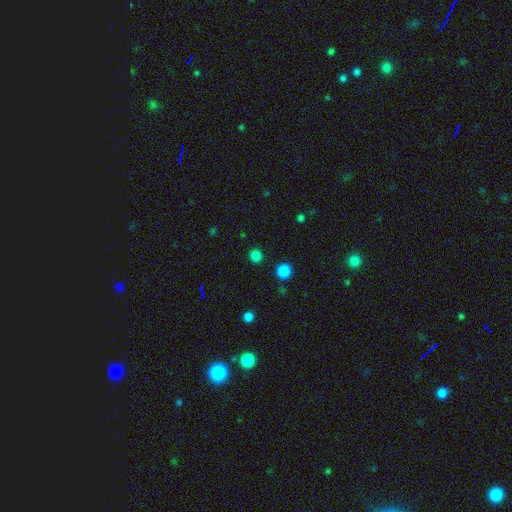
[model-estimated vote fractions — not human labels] Overall: smooth (81%). How rounded: round (91%). Merging: none (89%).